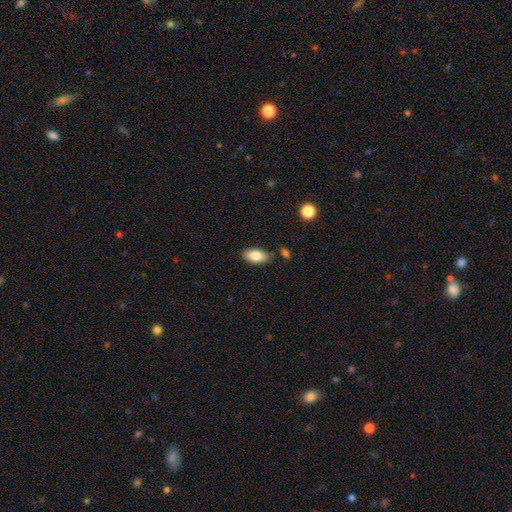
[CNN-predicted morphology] smooth 83%, featured or disk 10%, star or artifact 7%. Down the decision tree: how rounded — in between (91%); merging — none (82%).